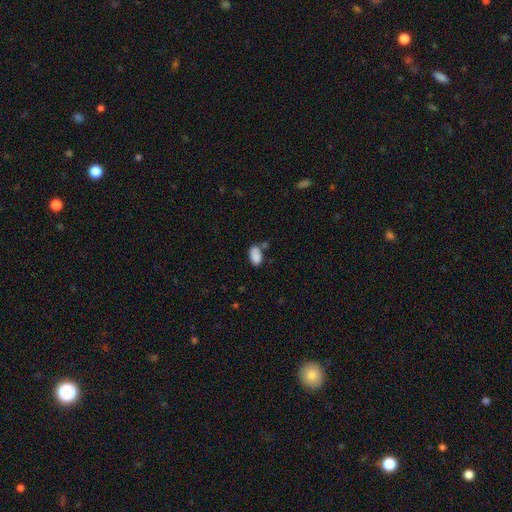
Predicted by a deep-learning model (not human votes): smooth 85%, star or artifact 8%, featured or disk 7%. Down the decision tree: how rounded — in between (92%); merging — none (53%).